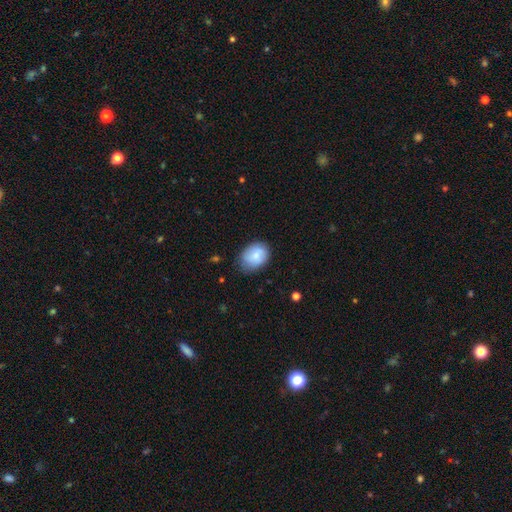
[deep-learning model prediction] Smooth or featured: smooth — 77% (featured or disk — 17%)
How rounded: in between — 61% (round — 38%)
Merging: none — 71% (minor disturbance — 23%)